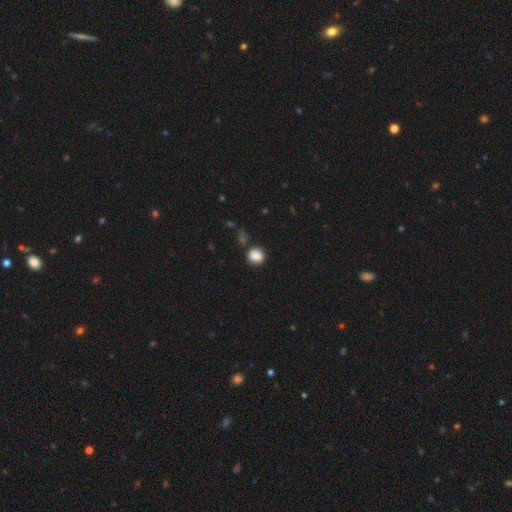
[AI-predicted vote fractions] This appears to be a smooth galaxy with no disk features (86%) that is round (76%). Merging: none (77%).